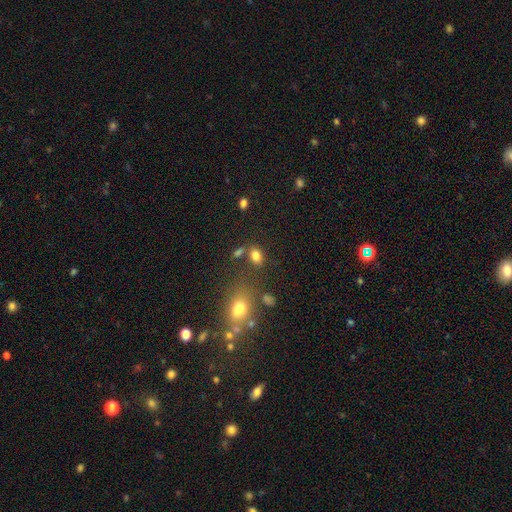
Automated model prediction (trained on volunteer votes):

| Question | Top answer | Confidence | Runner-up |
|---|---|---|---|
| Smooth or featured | smooth | 80% | star or artifact (12%) |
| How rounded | in between | 80% | round (18%) |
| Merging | none | 66% | merger (15%) |